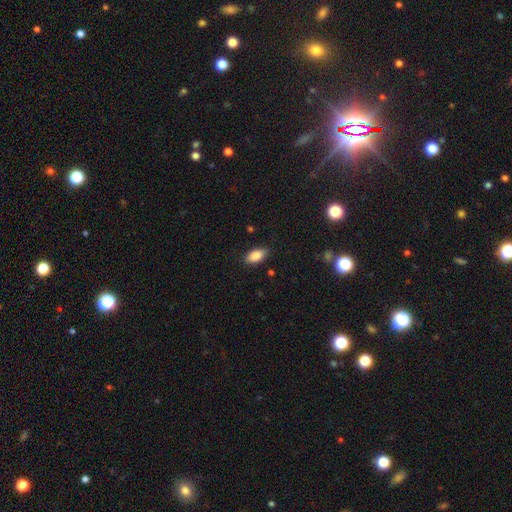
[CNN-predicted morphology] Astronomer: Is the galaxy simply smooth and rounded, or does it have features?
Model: smooth — 87%.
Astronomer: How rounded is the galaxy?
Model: in between — 91%.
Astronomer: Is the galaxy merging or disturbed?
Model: none — 81%.